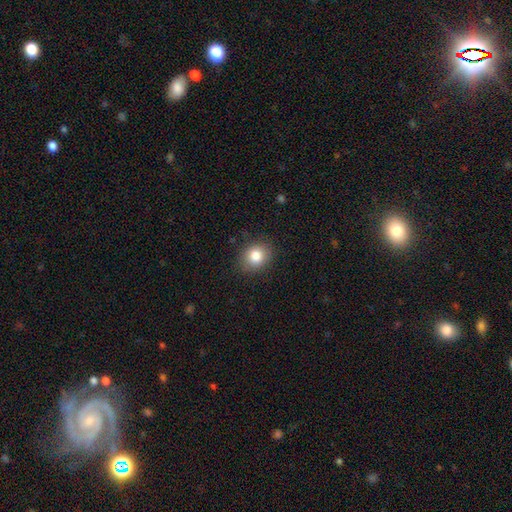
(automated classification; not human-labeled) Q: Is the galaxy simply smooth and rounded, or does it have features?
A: smooth — 83%.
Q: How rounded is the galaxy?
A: round — 65%.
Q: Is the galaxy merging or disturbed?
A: none — 85%.